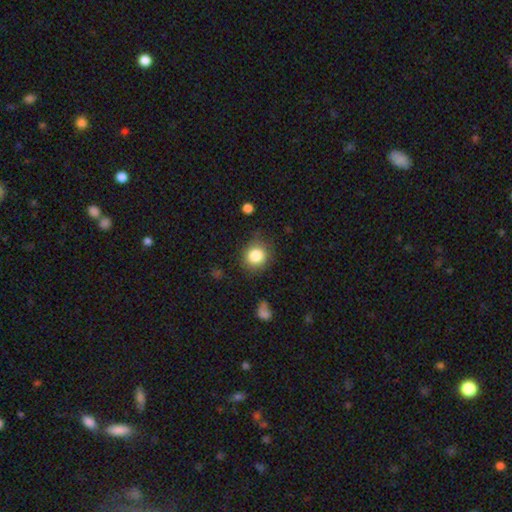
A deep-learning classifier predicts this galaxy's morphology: This appears to be a smooth galaxy with no disk features (84%) that is round (83%). Merging: none (82%).